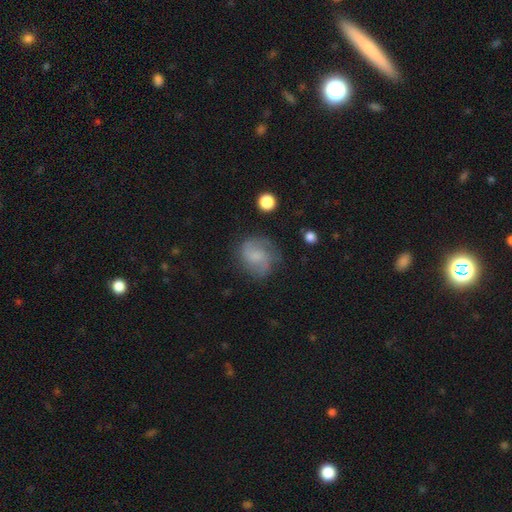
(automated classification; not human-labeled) A featured or disk galaxy (55%) with no bar (57%), spiral arms (89%) and a small central bulge (40%). Merging: none (67%).